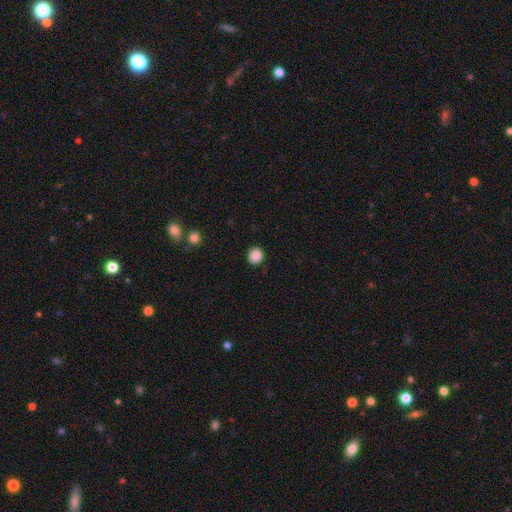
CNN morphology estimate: Smooth or featured?
  - smooth: 88% *
  - star or artifact: 10%
  - featured or disk: 2%
How rounded?
  - round: 91% *
  - in between: 8%
  - cigar-shaped: 1%
Merging?
  - none: 92% *
  - minor disturbance: 5%
  - major disturbance: 2%
  - merger: 1%